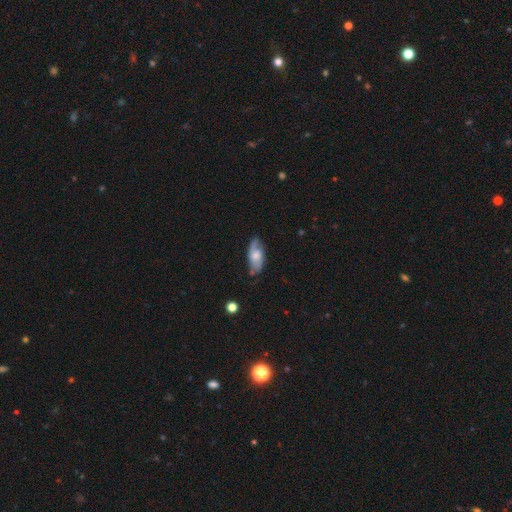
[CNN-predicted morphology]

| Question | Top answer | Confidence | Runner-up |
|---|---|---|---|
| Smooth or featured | smooth | 47% | featured or disk (46%) |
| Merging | none | 65% | minor disturbance (26%) |